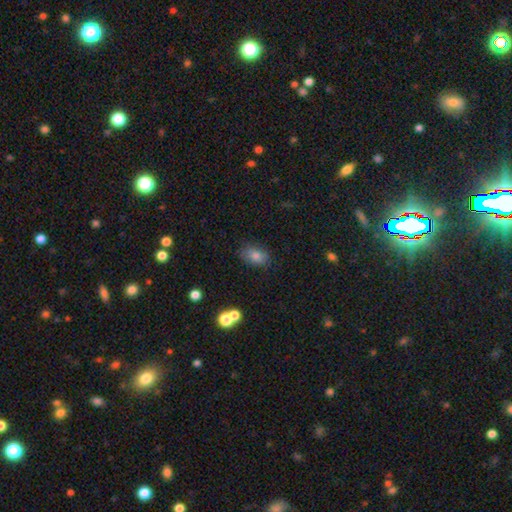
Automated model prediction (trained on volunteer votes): Morphology: type=smooth (79%); roundness=in between (84%); merging=none (79%).